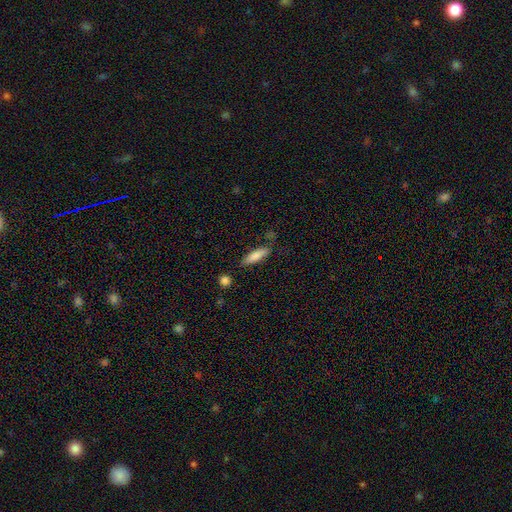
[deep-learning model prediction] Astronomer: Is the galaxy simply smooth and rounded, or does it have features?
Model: smooth — 81%.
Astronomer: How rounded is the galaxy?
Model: cigar-shaped — 64%.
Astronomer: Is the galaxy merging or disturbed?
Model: none — 79%.